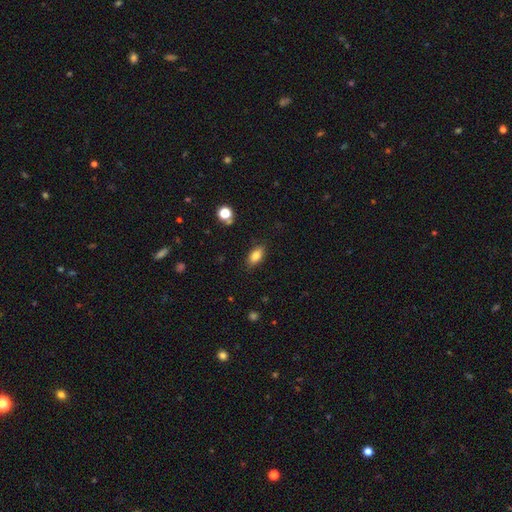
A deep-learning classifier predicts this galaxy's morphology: Smooth or featured?
  - smooth: 81% *
  - featured or disk: 10%
  - star or artifact: 9%
How rounded?
  - in between: 87% *
  - cigar-shaped: 7%
  - round: 6%
Merging?
  - none: 84% *
  - minor disturbance: 11%
  - major disturbance: 3%
  - merger: 2%